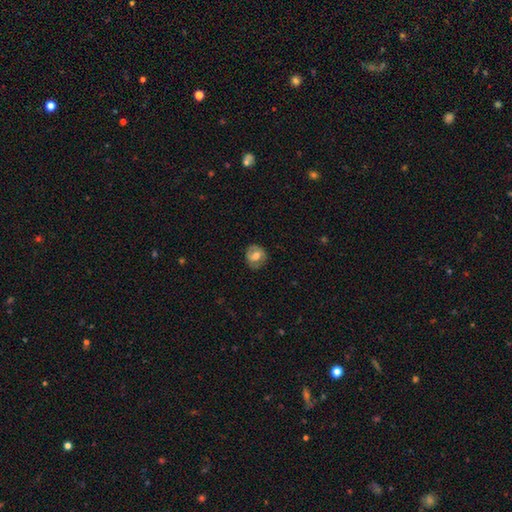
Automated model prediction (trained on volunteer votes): The model was most divided on "smooth or featured": smooth: 53%, featured or disk: 39%, star or artifact: 8%. More confident: how rounded — round (79%); merging — none (78%).